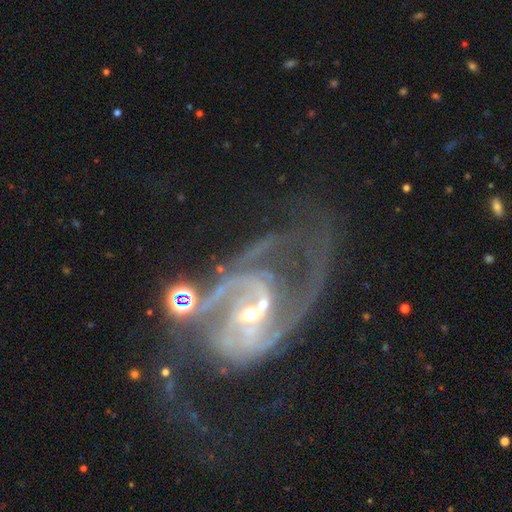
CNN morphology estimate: This appears to be a featured or disk galaxy (90%) with a weak bar (40%), 2 (66%) medium (52%) spiral arms (97%) and a small central bulge (69%). Merging: none (32%).